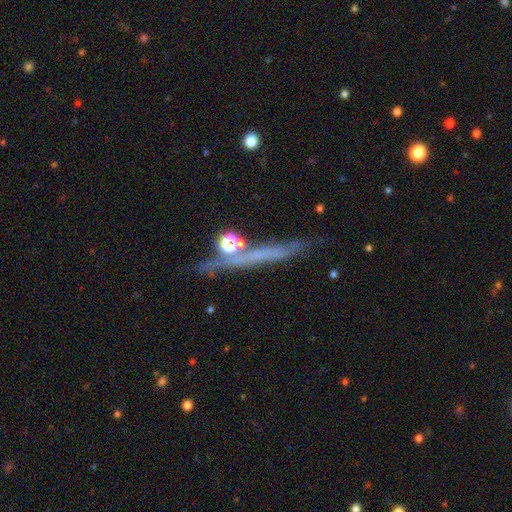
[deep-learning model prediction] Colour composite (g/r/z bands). It shows a featured or disk galaxy (48%). Merging: none (68%).